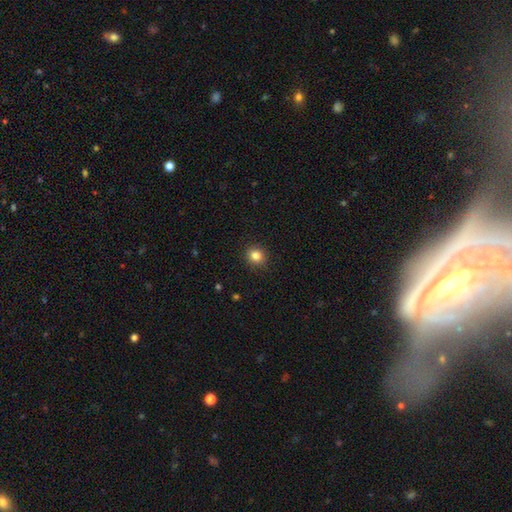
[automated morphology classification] smooth 84%, star or artifact 11%, featured or disk 5%. Down the decision tree: how rounded — round (85%); merging — none (91%).